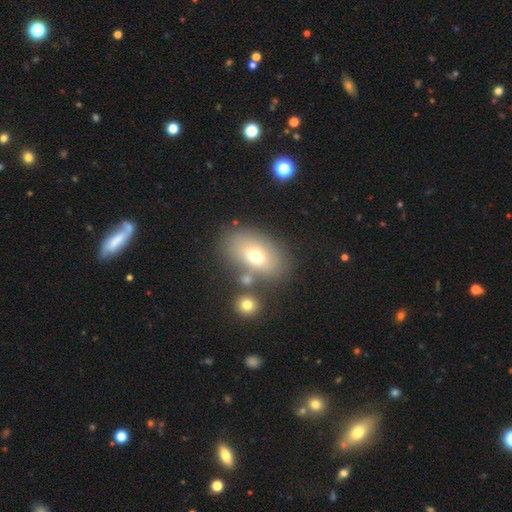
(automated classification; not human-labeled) Morphology: type=smooth (67%); roundness=in between (84%); merging=none (66%).